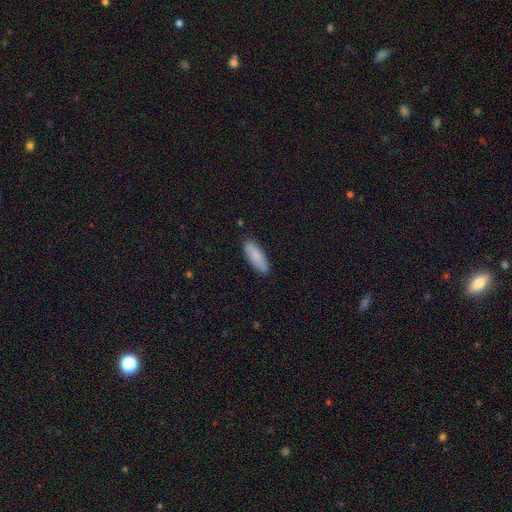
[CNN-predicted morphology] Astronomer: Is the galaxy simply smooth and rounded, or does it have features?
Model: smooth — 85%.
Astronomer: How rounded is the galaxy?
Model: in between — 61% (runner-up: cigar-shaped, 37%).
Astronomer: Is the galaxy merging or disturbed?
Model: none — 87%.